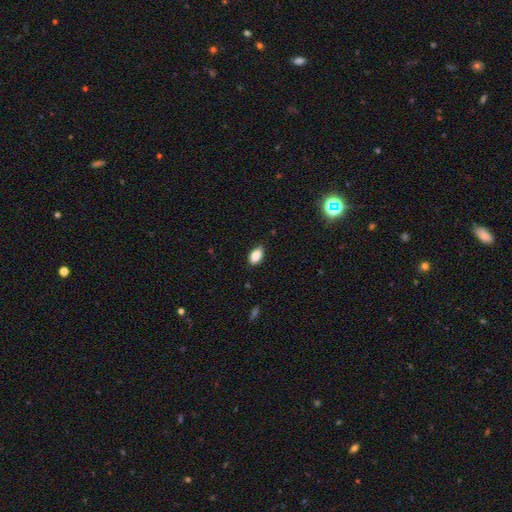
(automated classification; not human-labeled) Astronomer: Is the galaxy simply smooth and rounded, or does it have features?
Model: smooth — 85%.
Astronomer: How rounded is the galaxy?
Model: in between — 90%.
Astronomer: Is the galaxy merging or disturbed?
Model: none — 79%.